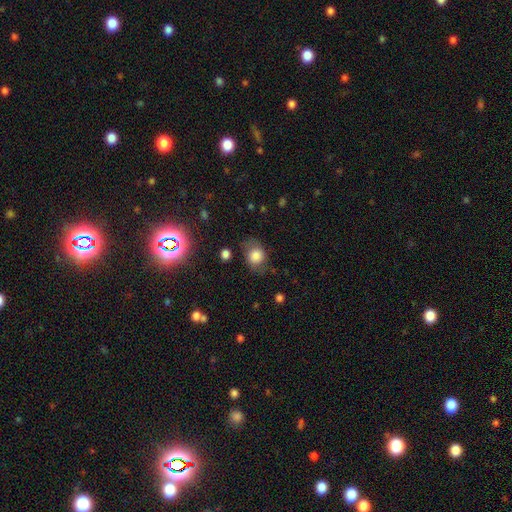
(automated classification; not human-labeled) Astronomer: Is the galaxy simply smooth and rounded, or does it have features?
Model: smooth — 78%.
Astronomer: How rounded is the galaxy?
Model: round — 53% (runner-up: in between, 46%).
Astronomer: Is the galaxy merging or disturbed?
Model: none — 65%.